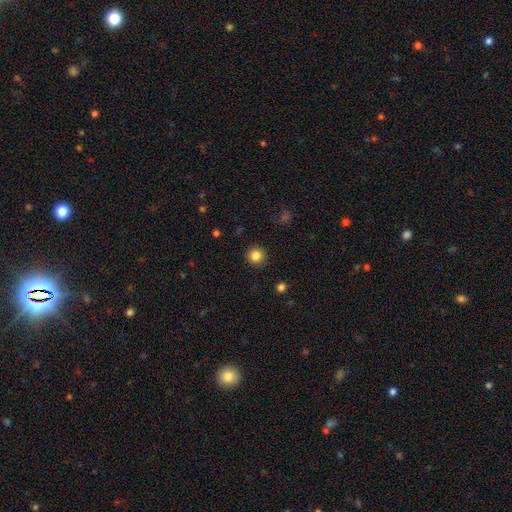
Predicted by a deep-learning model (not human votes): Smooth or featured: smooth — 84% (star or artifact — 11%)
How rounded: round — 94% (in between — 5%)
Merging: none — 92% (minor disturbance — 5%)